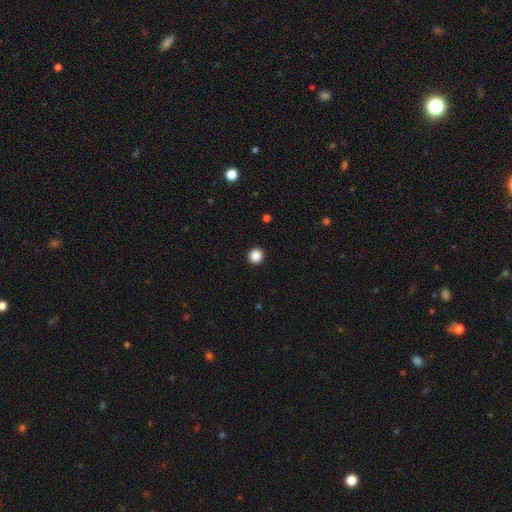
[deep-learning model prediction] Smooth or featured? smooth (88%)
How rounded? round (95%)
Merging? none (94%)